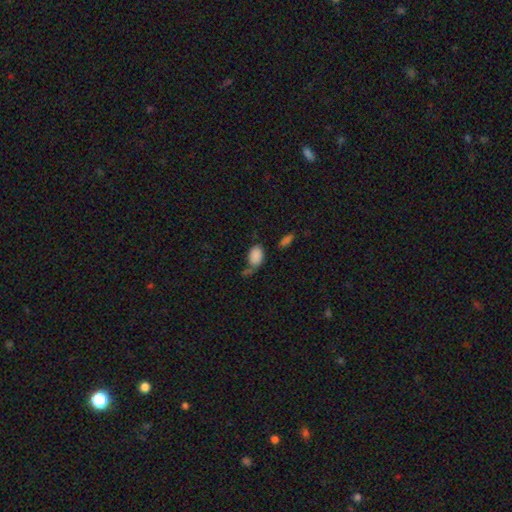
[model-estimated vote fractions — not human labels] A smooth galaxy with no disk features (86%) that is in between round and cigar-shaped (87%). Merging: none (42%).